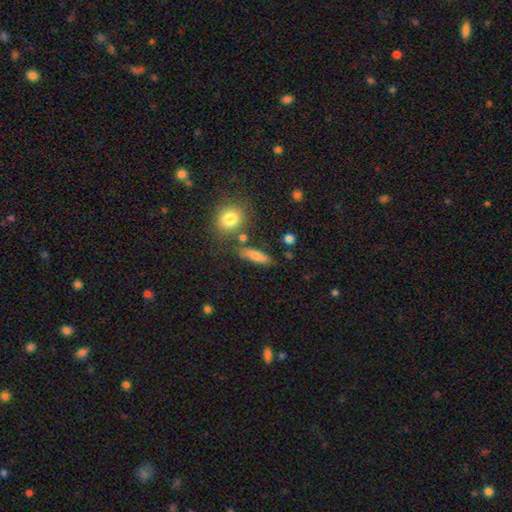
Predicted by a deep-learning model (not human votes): A smooth galaxy with no disk features (78%) that is cigar-shaped (55%). Merging: none (73%).